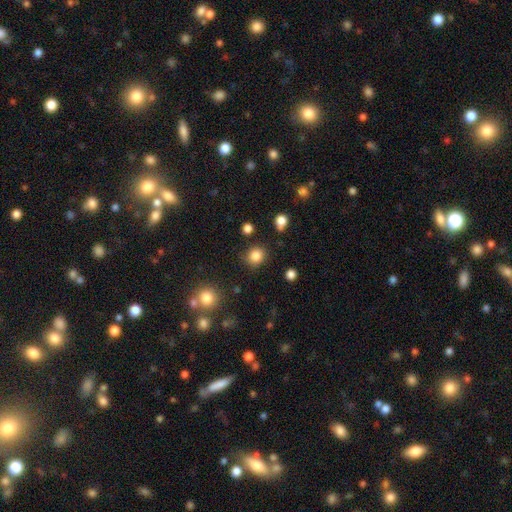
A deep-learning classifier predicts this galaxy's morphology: smooth-or-featured: smooth: 84% | star or artifact: 11% | featured or disk: 4%
  how-rounded: round: 84% | in between: 15% | cigar-shaped: 1%
  merging: none: 84% | minor disturbance: 10% | major disturbance: 3% | merger: 3%